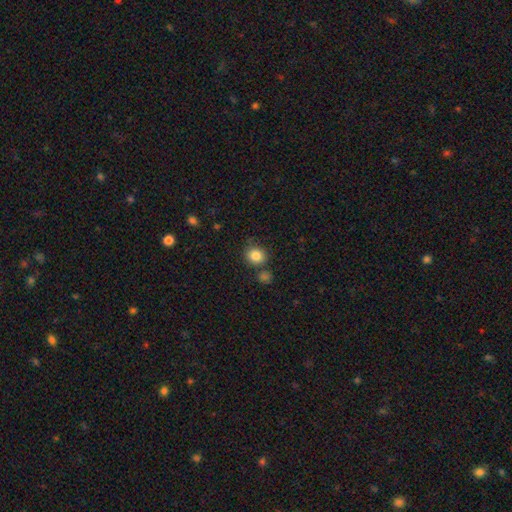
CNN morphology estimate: smooth_or_featured: smooth (p=0.85) [alt: star or artifact p=0.10]
how_rounded: round (p=0.82) [alt: in between p=0.18]
merging: none (p=0.76) [alt: merger p=0.11]